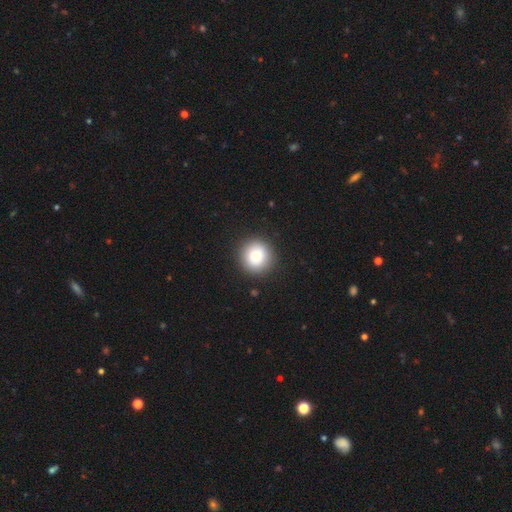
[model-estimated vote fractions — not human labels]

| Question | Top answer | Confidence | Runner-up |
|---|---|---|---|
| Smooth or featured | smooth | 76% | featured or disk (14%) |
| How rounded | round | 95% | in between (4%) |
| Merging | none | 91% | minor disturbance (5%) |